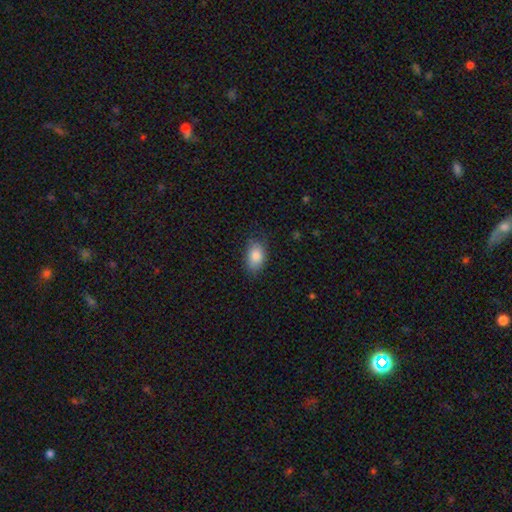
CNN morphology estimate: Overall: smooth (84%). How rounded: in between (89%). Merging: none (79%).